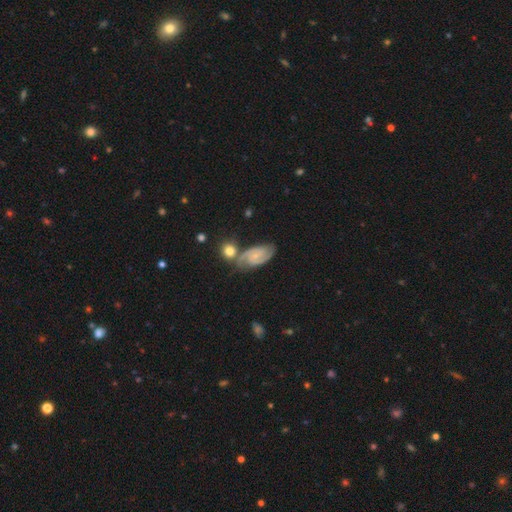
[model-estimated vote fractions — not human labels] This appears to be a featured or disk galaxy (78%) with no bar (65%), 2 (78%) tight (45%) spiral arms (96%) and a small central bulge (71%). Merging: none (57%).